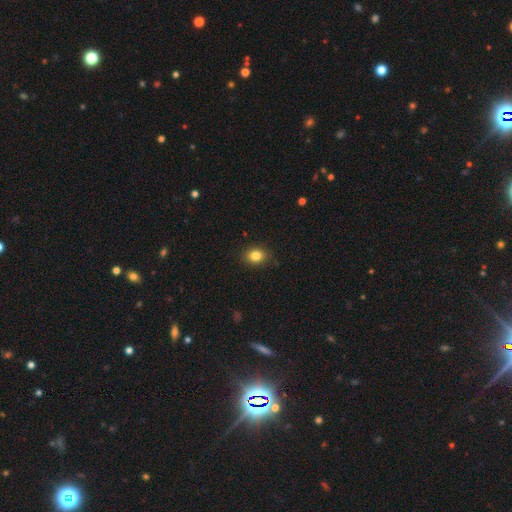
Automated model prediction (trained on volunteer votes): A smooth galaxy with no disk features (84%) that is round (54%).

Vote fractions:
- Smooth or featured? smooth: 84% / star or artifact: 10% / featured or disk: 6%
- How rounded? round: 54% / in between: 45% / cigar-shaped: 1%
- Merging? none: 86% / minor disturbance: 11% / major disturbance: 2% / merger: 1%